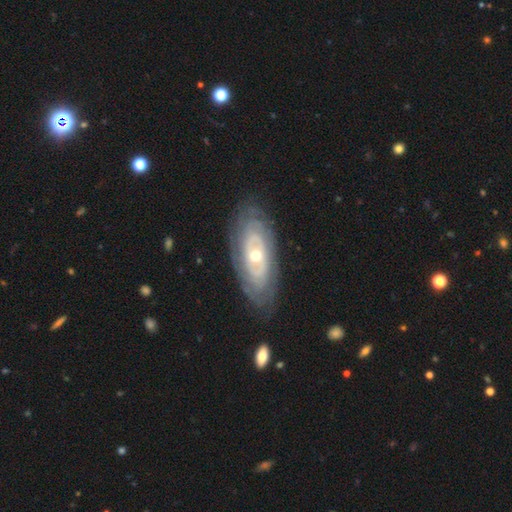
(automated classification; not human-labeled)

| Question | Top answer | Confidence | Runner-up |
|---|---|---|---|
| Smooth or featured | featured or disk | 79% | smooth (16%) |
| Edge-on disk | no | 90% | yes (10%) |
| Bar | no | 79% | weak (15%) |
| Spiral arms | yes | 69% | no (31%) |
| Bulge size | moderate | 59% | small (36%) |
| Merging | none | 79% | minor disturbance (14%) |